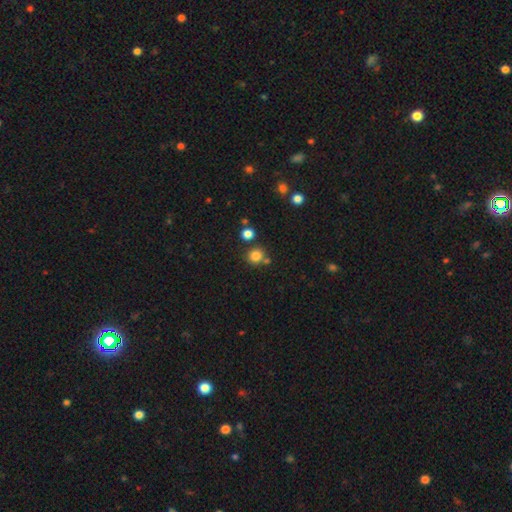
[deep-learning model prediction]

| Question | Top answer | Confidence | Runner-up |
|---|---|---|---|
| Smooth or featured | smooth | 82% | star or artifact (13%) |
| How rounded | round | 89% | in between (10%) |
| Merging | none | 75% | merger (14%) |